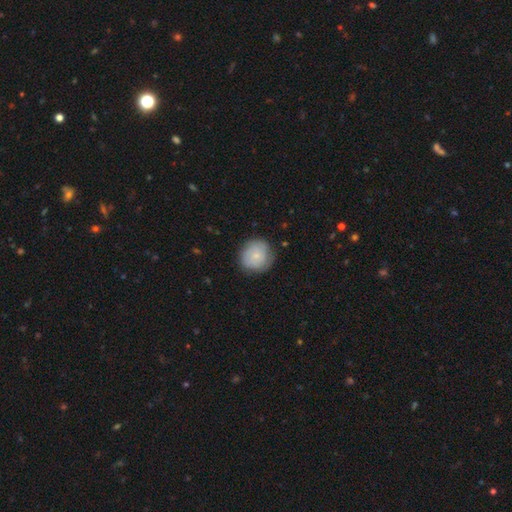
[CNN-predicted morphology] Smooth or featured? smooth (64%)
How rounded? round (90%)
Merging? none (79%)